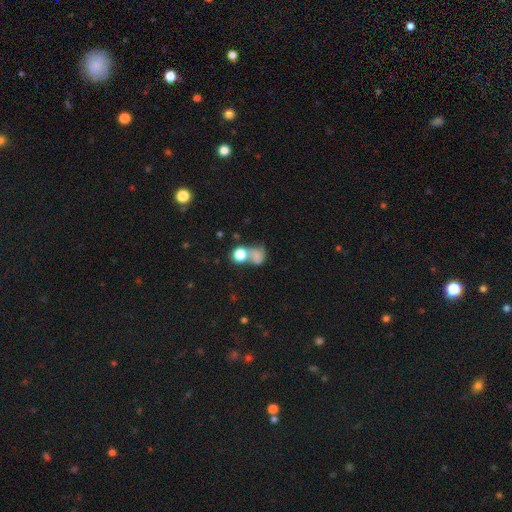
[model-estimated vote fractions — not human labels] Smooth or featured: smooth — 70% (star or artifact — 16%)
How rounded: round — 60% (in between — 38%)
Merging: merger — 40% (none — 29%)